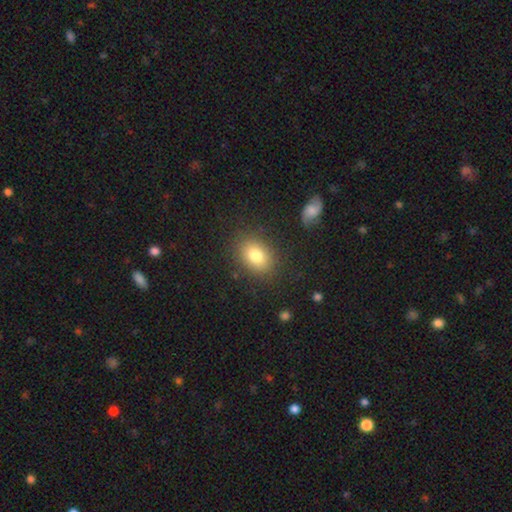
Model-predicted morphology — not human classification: Smooth or featured: smooth — 80% (featured or disk — 10%)
How rounded: in between — 70% (round — 29%)
Merging: none — 84% (minor disturbance — 11%)